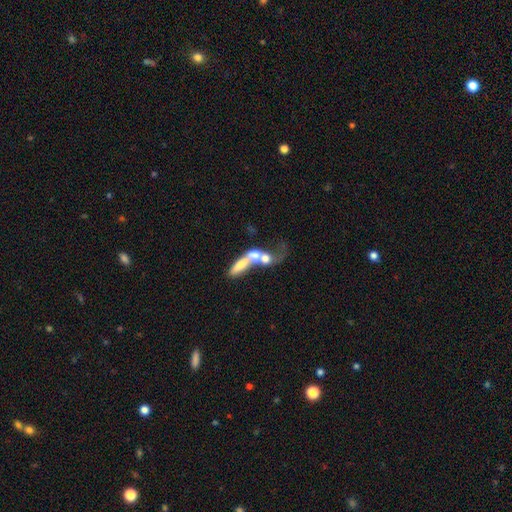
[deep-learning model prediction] This is possibly a smooth galaxy (49%). Merging: likely merger (76%).